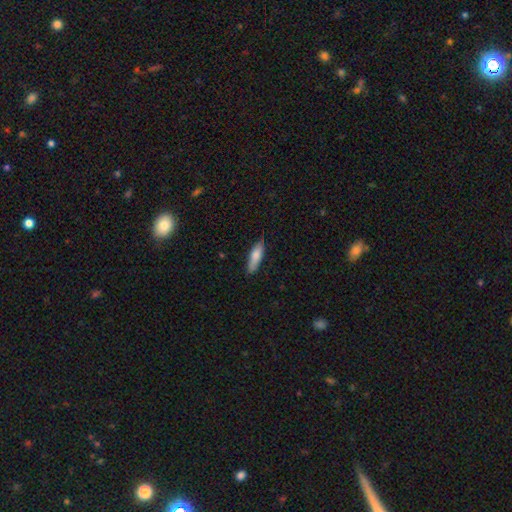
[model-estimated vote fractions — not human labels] A smooth galaxy with no disk features (77%) that is cigar-shaped (58%). Merging: none (77%).